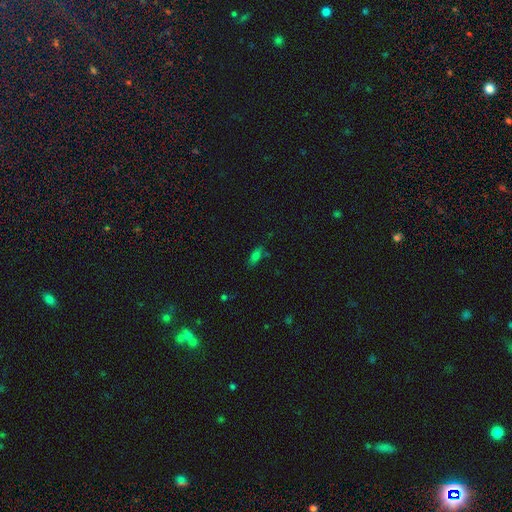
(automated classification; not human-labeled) This is likely a smooth galaxy (67%). How rounded: likely in between (77%). Merging: likely none (68%).